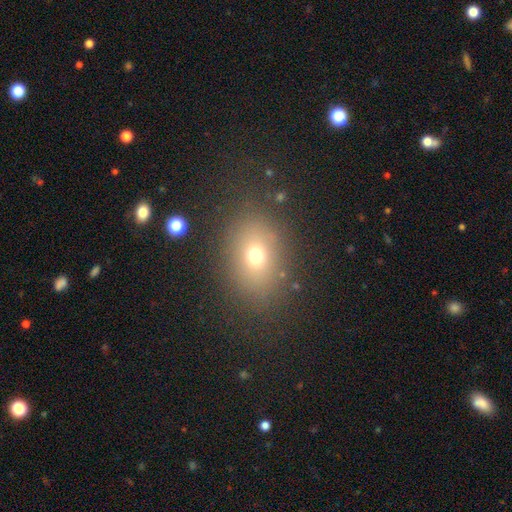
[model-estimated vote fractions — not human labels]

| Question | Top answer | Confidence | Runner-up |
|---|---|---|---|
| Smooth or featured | smooth | 69% | star or artifact (17%) |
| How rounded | in between | 65% | round (34%) |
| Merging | none | 82% | minor disturbance (11%) |